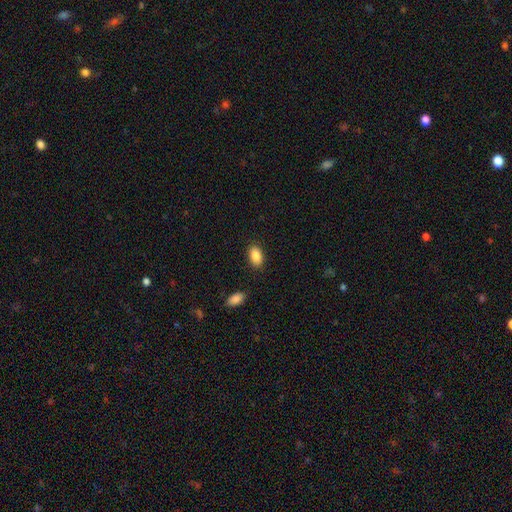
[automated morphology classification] This is clearly a smooth galaxy (88%). How rounded: clearly in between (92%). Merging: clearly none (87%).